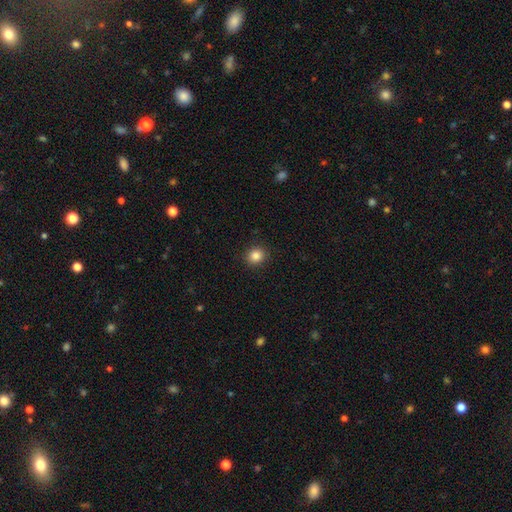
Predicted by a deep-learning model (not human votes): This is clearly a smooth galaxy (85%). How rounded: clearly round (82%). Merging: clearly none (91%).